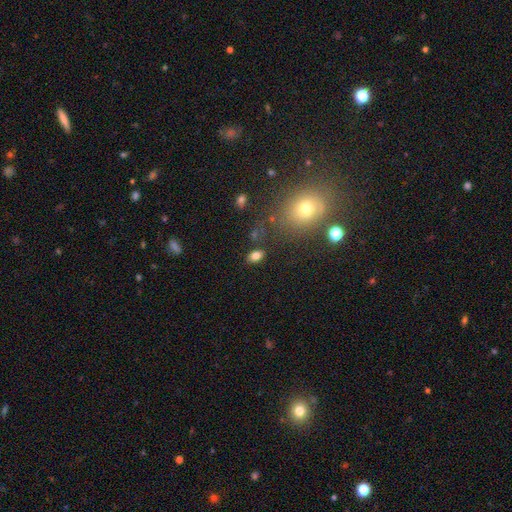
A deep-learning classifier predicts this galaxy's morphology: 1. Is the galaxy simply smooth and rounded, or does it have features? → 80% smooth, 12% star or artifact, 8% featured or disk.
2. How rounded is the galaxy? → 83% in between, 15% round, 2% cigar-shaped.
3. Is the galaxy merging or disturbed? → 79% none, 12% minor disturbance, 5% merger, 4% major disturbance.